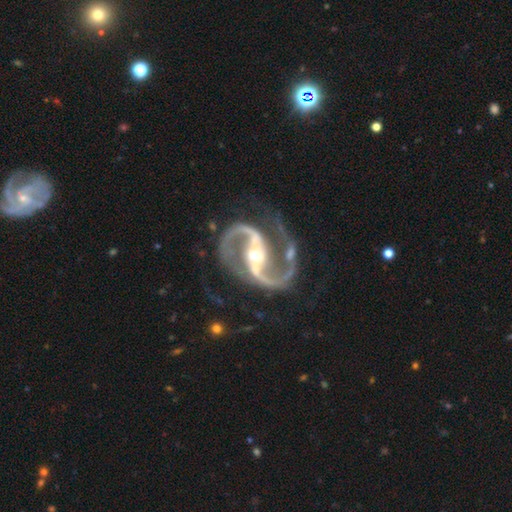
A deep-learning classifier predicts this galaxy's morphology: Q: Smooth or featured?
A: featured or disk (94%); runner-up: star or artifact (4%)
Q: Edge-on disk?
A: no (98%); runner-up: yes (2%)
Q: Bar?
A: strong (57%); runner-up: weak (28%)
Q: Spiral arms?
A: yes (99%); runner-up: no (1%)
Q: Spiral winding?
A: medium (66%); runner-up: loose (23%)
Q: Spiral arm count?
A: 2 (95%); runner-up: 3 (1%)
Q: Bulge size?
A: moderate (60%); runner-up: small (34%)
Q: Merging?
A: none (71%); runner-up: minor disturbance (17%)